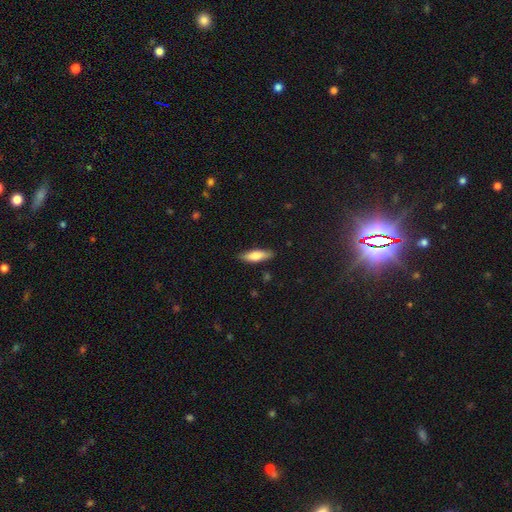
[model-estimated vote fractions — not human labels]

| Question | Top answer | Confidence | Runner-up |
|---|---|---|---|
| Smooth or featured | smooth | 75% | featured or disk (19%) |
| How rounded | cigar-shaped | 52% | in between (47%) |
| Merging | none | 86% | minor disturbance (11%) |